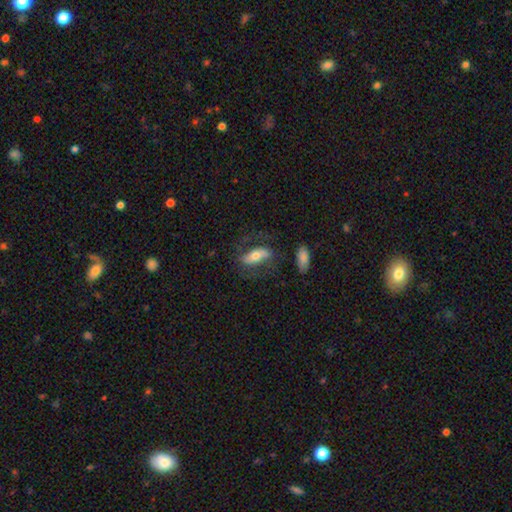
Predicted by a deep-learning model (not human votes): smooth-or-featured: smooth: 48% | featured or disk: 45% | star or artifact: 7%
  merging: none: 63% | minor disturbance: 19% | major disturbance: 14% | merger: 4%